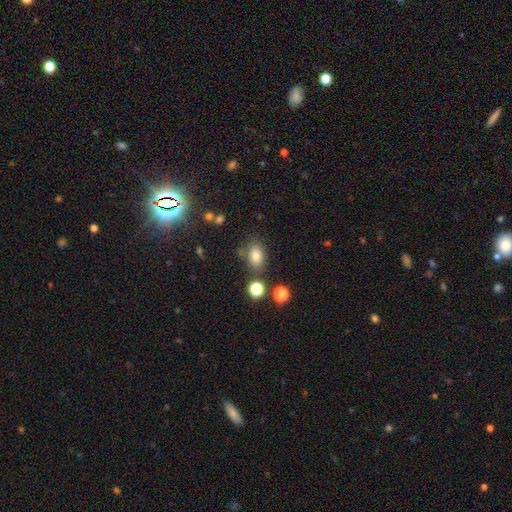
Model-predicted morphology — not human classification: A smooth galaxy with no disk features (80%) that is in between round and cigar-shaped (79%).

Vote fractions:
- Smooth or featured? smooth: 80% / star or artifact: 12% / featured or disk: 8%
- How rounded? in between: 79% / round: 19% / cigar-shaped: 2%
- Merging? none: 71% / minor disturbance: 15% / merger: 9% / major disturbance: 5%